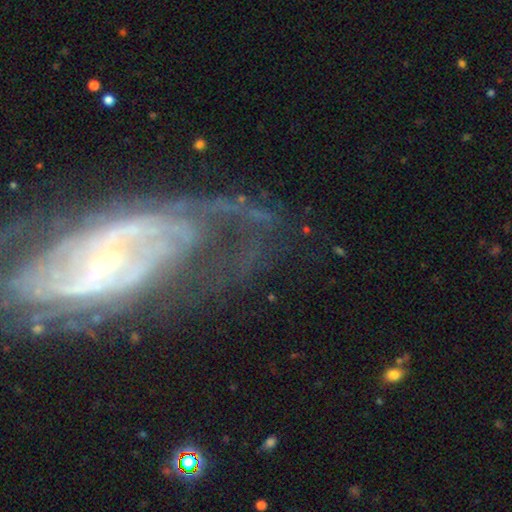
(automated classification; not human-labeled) The model was most divided on "spiral winding": medium: 39%, tight: 38%, loose: 23%. Remaining: edge-on disk — no (91%); spiral arms — yes (83%); smooth or featured — featured or disk (80%); bulge size — small (76%); merging — none (51%); bar — no (43%); spiral arm count — 2 (40%).